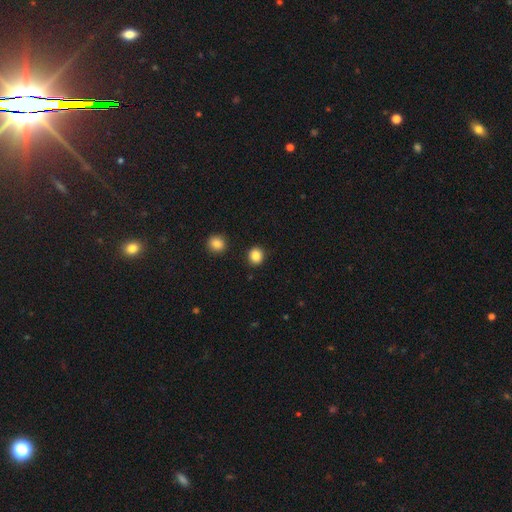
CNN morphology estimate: A smooth galaxy with no disk features (86%) that is round (87%). Merging: none (91%).